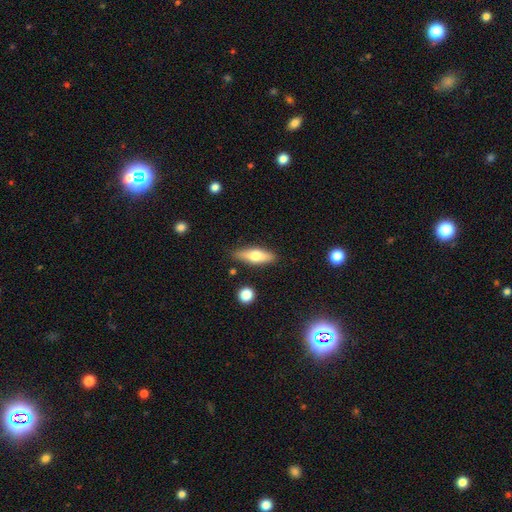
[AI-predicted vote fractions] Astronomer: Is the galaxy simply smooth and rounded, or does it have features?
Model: smooth — 59% (runner-up: featured or disk, 34%).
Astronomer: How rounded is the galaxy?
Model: in between — 52% (runner-up: cigar-shaped, 45%).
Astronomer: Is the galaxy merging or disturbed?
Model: none — 84%.